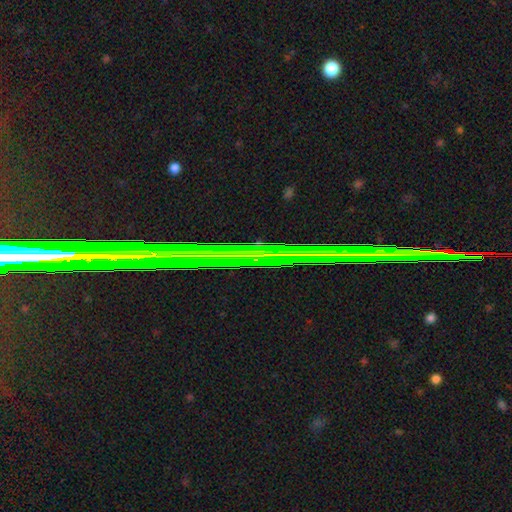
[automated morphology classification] Smooth or featured: star or artifact — 69% (featured or disk — 17%)